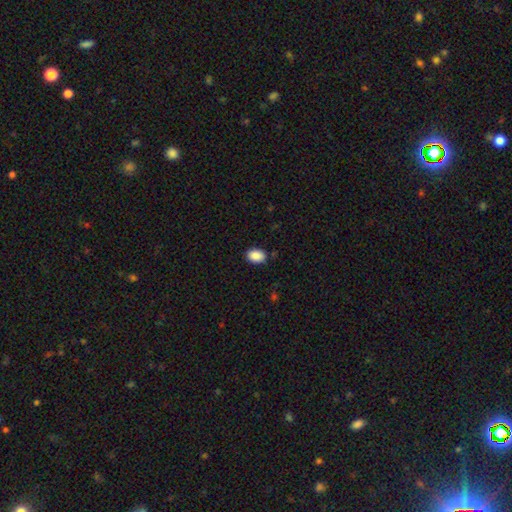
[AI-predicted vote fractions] A smooth galaxy with no disk features (90%) that is in between round and cigar-shaped (81%). Merging: none (87%).